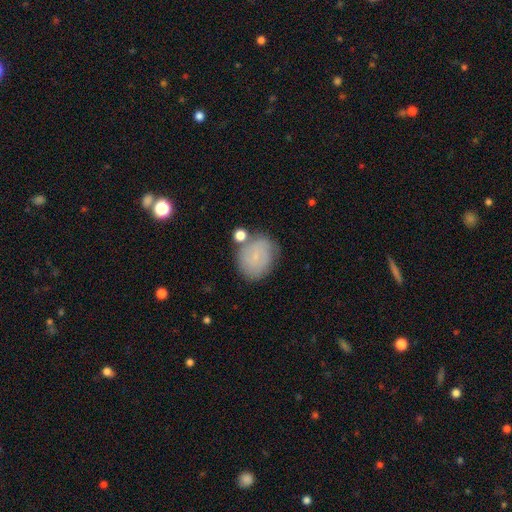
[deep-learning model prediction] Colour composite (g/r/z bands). It shows a smooth galaxy with no disk features (52%) that is round (58%). Merging: none (67%).